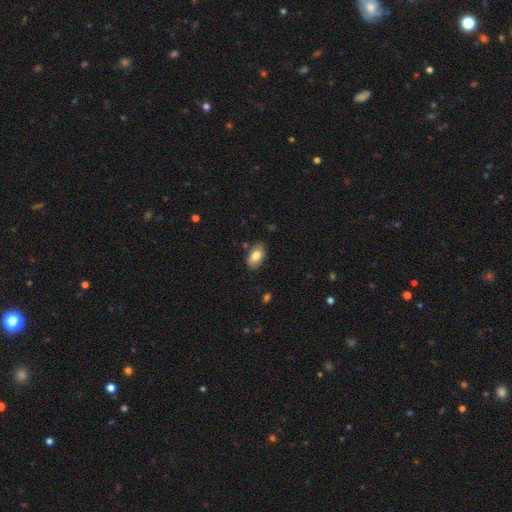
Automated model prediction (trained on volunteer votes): smooth-or-featured: smooth: 79% | featured or disk: 14% | star or artifact: 7%
  how-rounded: in between: 92% | round: 6% | cigar-shaped: 2%
  merging: none: 79% | minor disturbance: 16% | major disturbance: 3% | merger: 3%